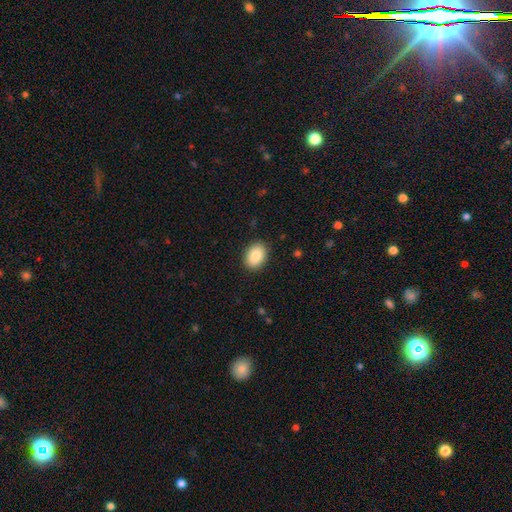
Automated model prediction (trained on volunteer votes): Q: Smooth or featured?
A: smooth (88%); runner-up: star or artifact (7%)
Q: How rounded?
A: in between (79%); runner-up: round (20%)
Q: Merging?
A: none (88%); runner-up: minor disturbance (9%)